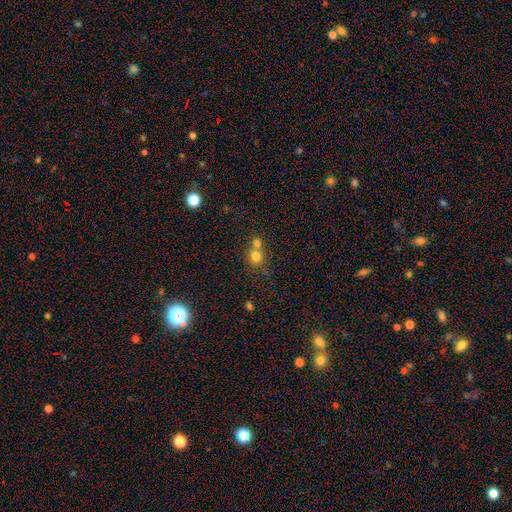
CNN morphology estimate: smooth 76%, star or artifact 13%, featured or disk 11%. Down the decision tree: how rounded — round (85%); merging — merger (53%).